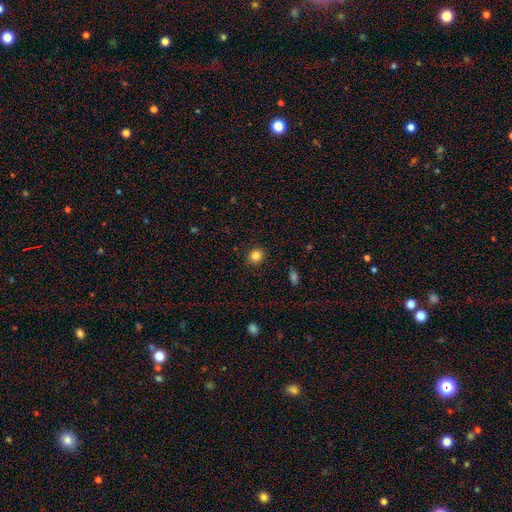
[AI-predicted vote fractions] A smooth galaxy with no disk features (83%) that is round (82%). Merging: none (91%).